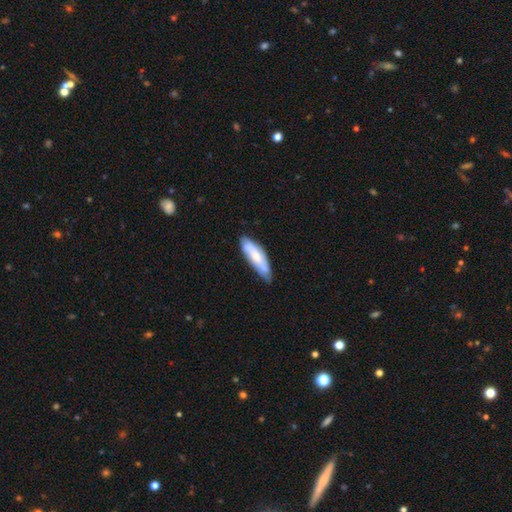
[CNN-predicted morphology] Smooth or featured?
  - smooth: 56% *
  - featured or disk: 39%
  - star or artifact: 5%
How rounded?
  - cigar-shaped: 55% *
  - in between: 44%
  - round: 2%
Merging?
  - none: 67% *
  - minor disturbance: 26%
  - major disturbance: 4%
  - merger: 3%